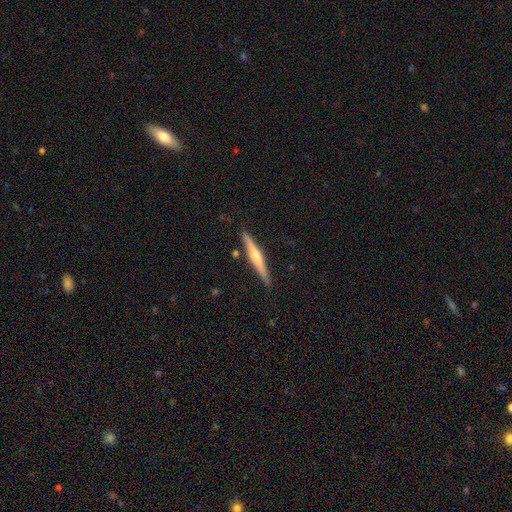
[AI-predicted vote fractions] Smooth or featured? Predicted: featured or disk (p=0.60). Edge-on disk? Predicted: yes (p=0.97). Edge-on bulge? Predicted: rounded (p=0.74). Merging? Predicted: none (p=0.87).